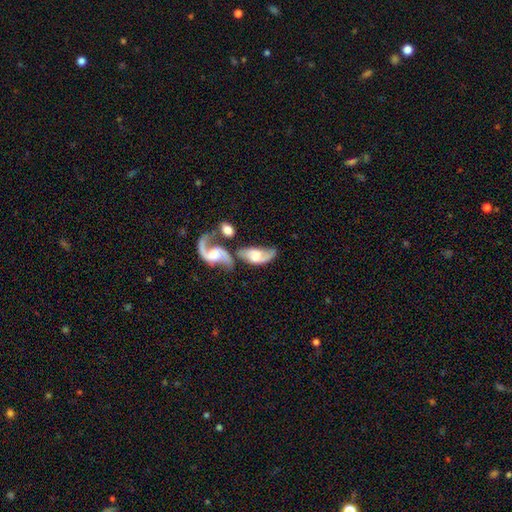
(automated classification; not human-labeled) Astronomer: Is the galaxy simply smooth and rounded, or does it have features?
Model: featured or disk — 70%.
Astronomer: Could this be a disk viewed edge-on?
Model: no — 92%.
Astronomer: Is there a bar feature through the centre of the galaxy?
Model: no — 55% (runner-up: weak, 36%).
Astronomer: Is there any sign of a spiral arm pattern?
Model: yes — 87%.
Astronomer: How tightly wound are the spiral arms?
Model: loose — 68%.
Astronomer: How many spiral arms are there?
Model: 2 — 80%.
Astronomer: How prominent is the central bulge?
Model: moderate — 42% (runner-up: large, 25%).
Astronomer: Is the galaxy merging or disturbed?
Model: merger — 48% (runner-up: none, 24%).